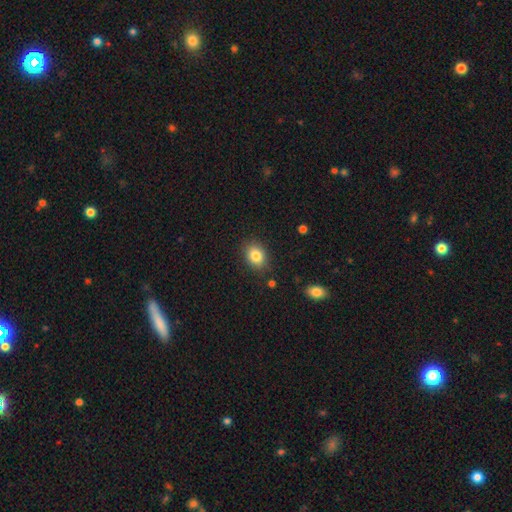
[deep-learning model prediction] Overall: smooth (84%). How rounded: in between (61%; round 38%). Merging: none (85%).